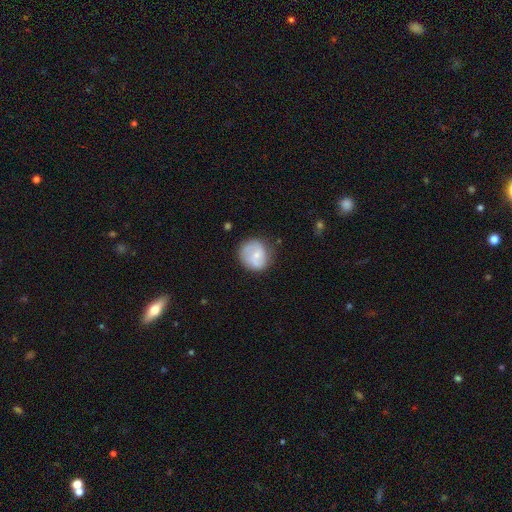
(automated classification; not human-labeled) smooth 49%, featured or disk 44%, star or artifact 7%. Down the decision tree: merging — none (67%).